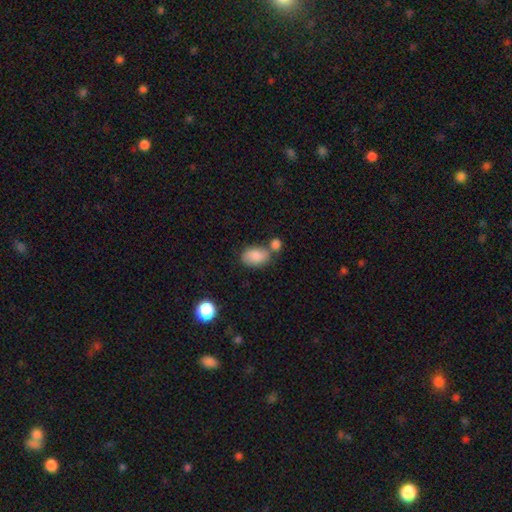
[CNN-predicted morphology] A smooth galaxy with no disk features (83%) that is in between round and cigar-shaped (86%). Merging: none (48%).